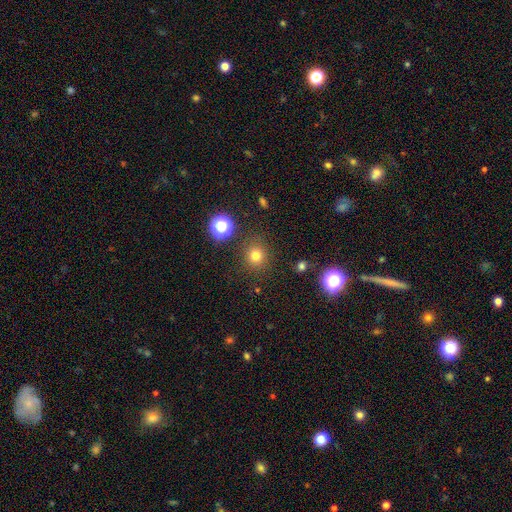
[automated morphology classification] Smooth or featured? smooth (76%)
How rounded? round (91%)
Merging? none (87%)